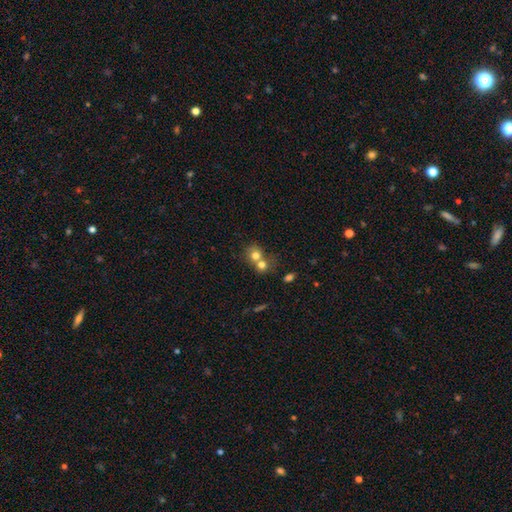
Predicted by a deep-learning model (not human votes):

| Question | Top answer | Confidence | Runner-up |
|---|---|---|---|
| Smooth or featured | smooth | 72% | featured or disk (16%) |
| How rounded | round | 76% | in between (23%) |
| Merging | merger | 60% | none (30%) |